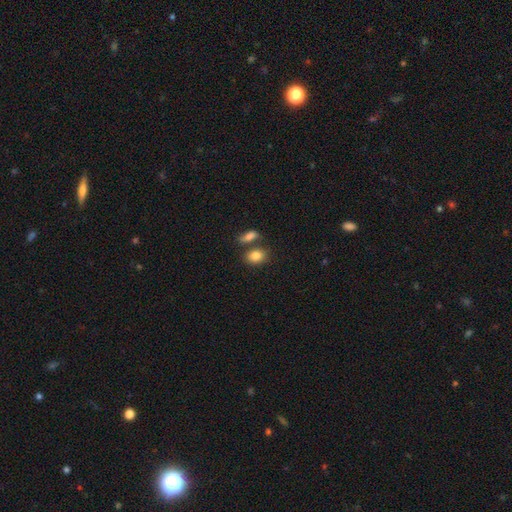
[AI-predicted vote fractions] Smooth or featured? Predicted: smooth (p=0.84). How rounded? Predicted: in between (p=0.72). Merging? Predicted: none (p=0.59).